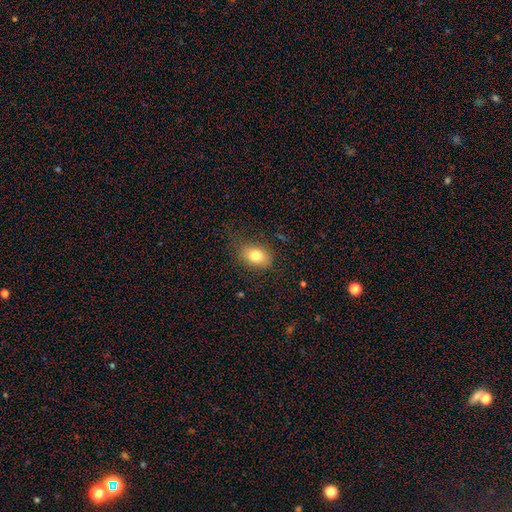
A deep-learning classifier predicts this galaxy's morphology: Smooth or featured? smooth (79%)
How rounded? in between (76%)
Merging? none (76%)